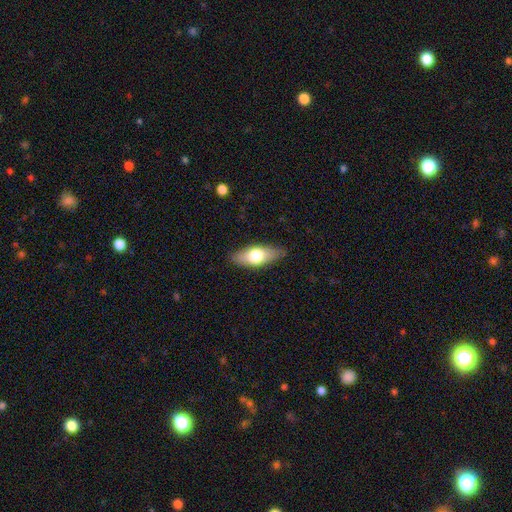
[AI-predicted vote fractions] Overall: smooth (64%; featured or disk 30%). How rounded: in between (76%). Merging: none (84%).